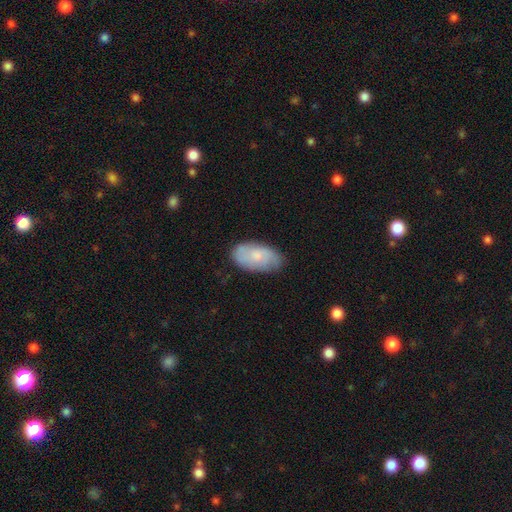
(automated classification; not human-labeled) The model was most divided on "smooth or featured": smooth: 60%, featured or disk: 33%, star or artifact: 6%. More confident: how rounded — in between (94%); merging — none (77%).